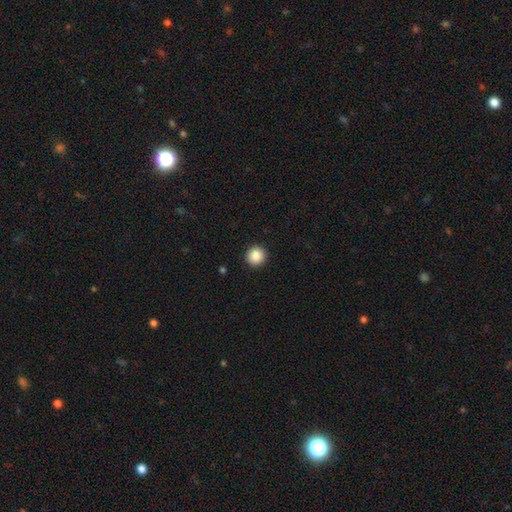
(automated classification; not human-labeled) smooth_or_featured: smooth (p=0.88) [alt: star or artifact p=0.09]
how_rounded: round (p=0.96) [alt: in between p=0.03]
merging: none (p=0.93) [alt: minor disturbance p=0.04]